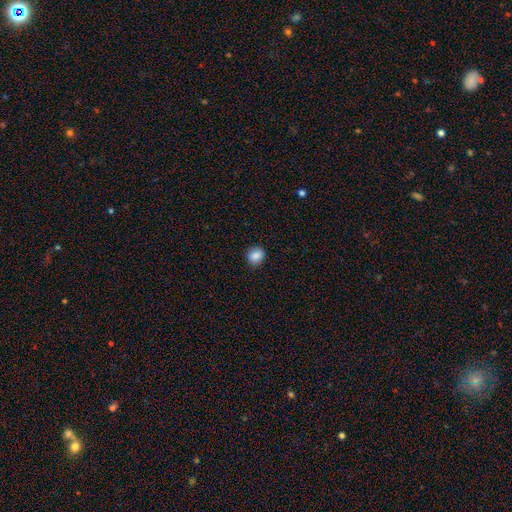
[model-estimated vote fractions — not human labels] Smooth or featured? Predicted: smooth (p=0.87). How rounded? Predicted: round (p=0.81). Merging? Predicted: none (p=0.89).